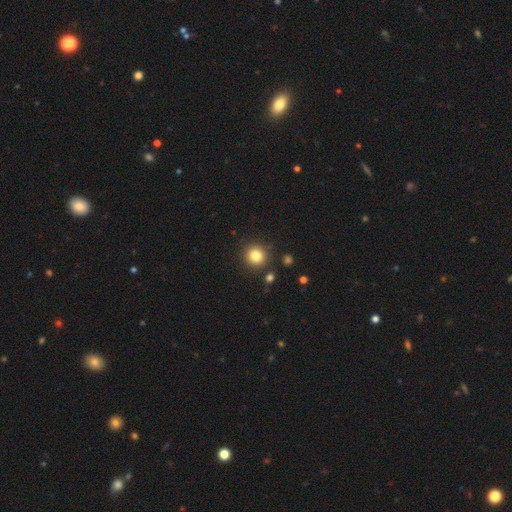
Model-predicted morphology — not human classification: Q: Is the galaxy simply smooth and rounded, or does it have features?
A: smooth — 82%.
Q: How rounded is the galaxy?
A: round — 93%.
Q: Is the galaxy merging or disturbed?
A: none — 88%.